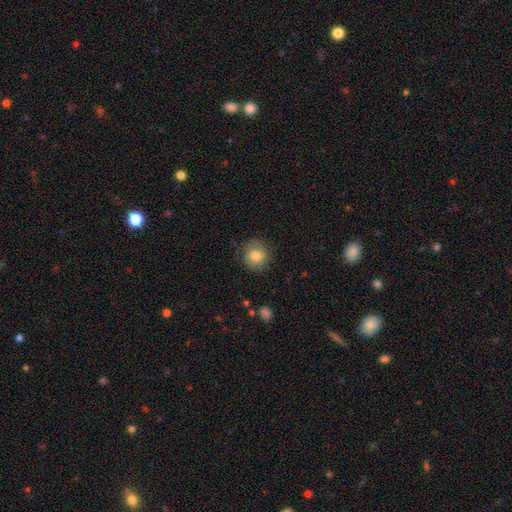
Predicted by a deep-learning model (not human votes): A smooth galaxy with no disk features (74%) that is round (87%).

Vote fractions:
- Smooth or featured? smooth: 74% / featured or disk: 18% / star or artifact: 9%
- How rounded? round: 87% / in between: 12% / cigar-shaped: 1%
- Merging? none: 79% / minor disturbance: 15% / major disturbance: 5% / merger: 1%